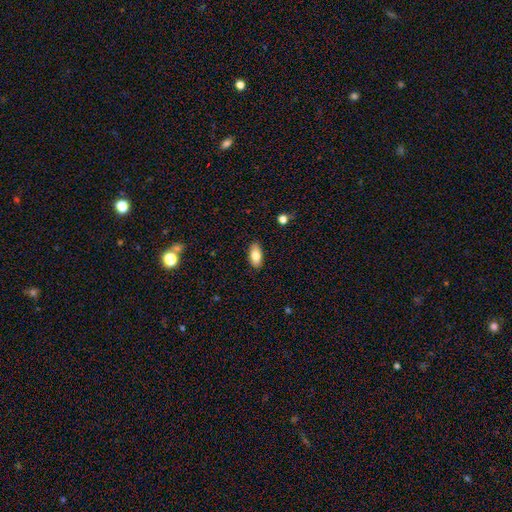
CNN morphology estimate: Q: Smooth or featured?
A: smooth (80%); runner-up: featured or disk (13%)
Q: How rounded?
A: in between (91%); runner-up: cigar-shaped (6%)
Q: Merging?
A: none (88%); runner-up: minor disturbance (9%)